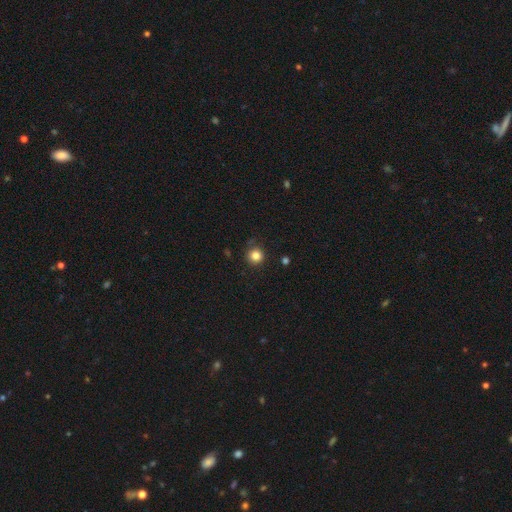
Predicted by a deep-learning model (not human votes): A smooth galaxy with no disk features (83%) that is round (94%). Merging: none (85%).